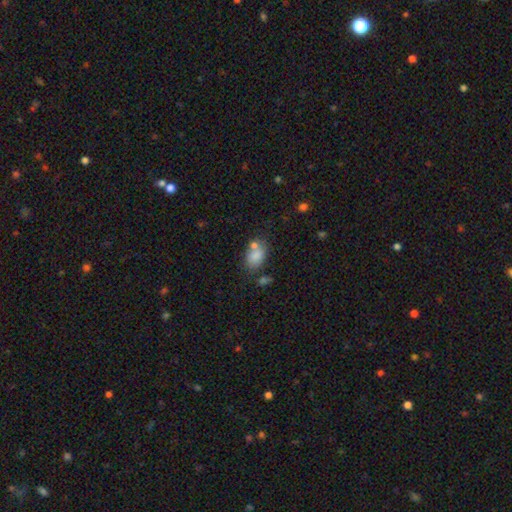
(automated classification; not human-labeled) This appears to be a smooth galaxy with no disk features (80%) that is in between round and cigar-shaped (82%). Merging: none (52%).